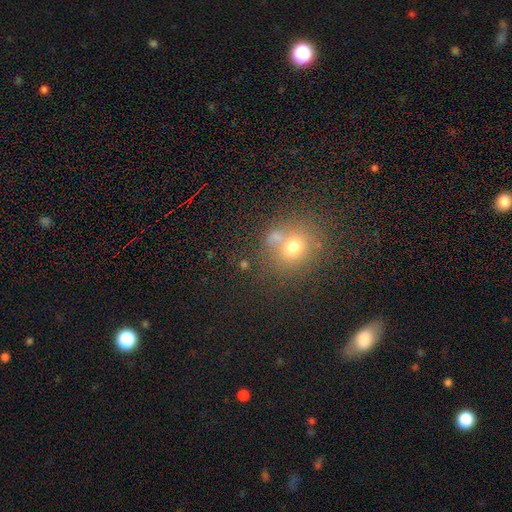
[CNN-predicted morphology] smooth-or-featured: smooth: 54% | star or artifact: 32% | featured or disk: 13%
  how-rounded: round: 84% | in between: 15% | cigar-shaped: 1%
  merging: none: 63% | merger: 24% | minor disturbance: 9% | major disturbance: 4%